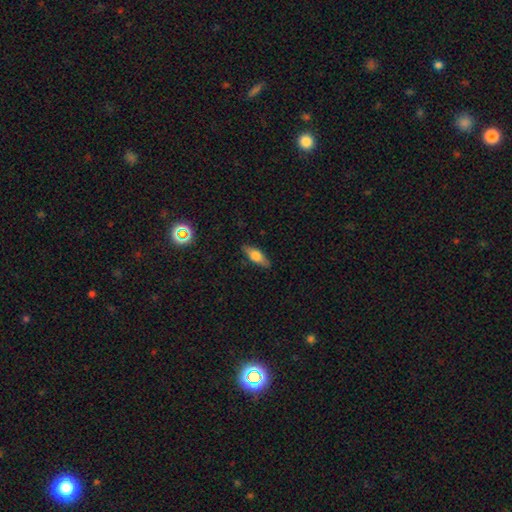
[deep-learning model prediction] Overall: smooth (62%; featured or disk 31%). How rounded: in between (63%; cigar-shaped 34%). Merging: none (85%).